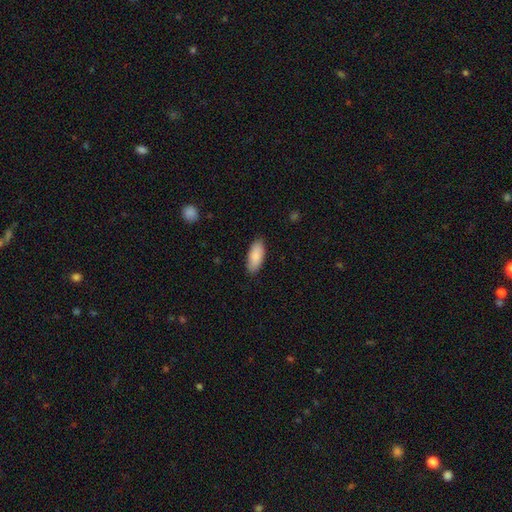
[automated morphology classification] Q: Smooth or featured?
A: smooth (89%); runner-up: featured or disk (6%)
Q: How rounded?
A: in between (85%); runner-up: cigar-shaped (13%)
Q: Merging?
A: none (87%); runner-up: minor disturbance (10%)